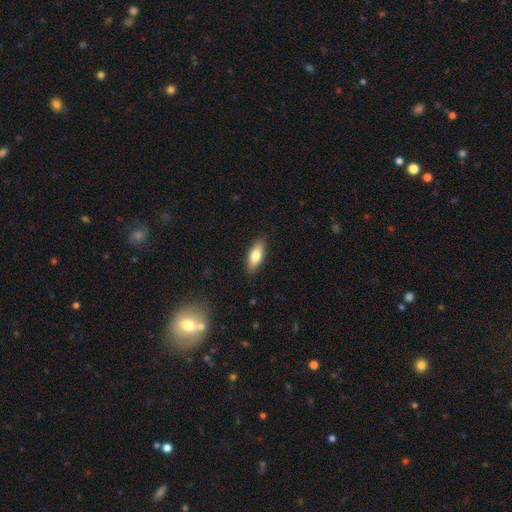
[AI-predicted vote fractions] Smooth or featured? smooth (78%)
How rounded? in between (73%)
Merging? none (87%)